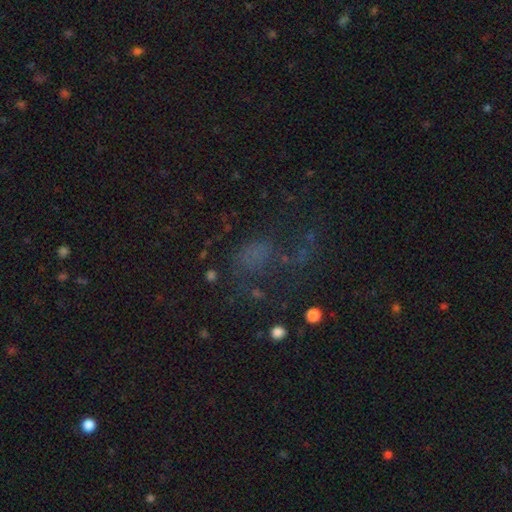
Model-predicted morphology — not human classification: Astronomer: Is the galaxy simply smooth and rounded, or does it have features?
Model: featured or disk — 35% (runner-up: smooth, 33%).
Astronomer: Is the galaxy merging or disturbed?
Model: none — 41% (runner-up: major disturbance, 37%).